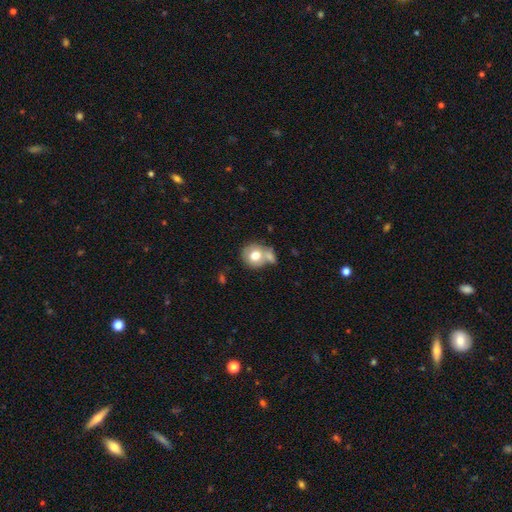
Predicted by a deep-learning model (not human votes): Smooth or featured?
  - smooth: 72% *
  - featured or disk: 20%
  - star or artifact: 8%
How rounded?
  - round: 81% *
  - in between: 18%
  - cigar-shaped: 1%
Merging?
  - none: 43% *
  - merger: 37%
  - minor disturbance: 14%
  - major disturbance: 6%